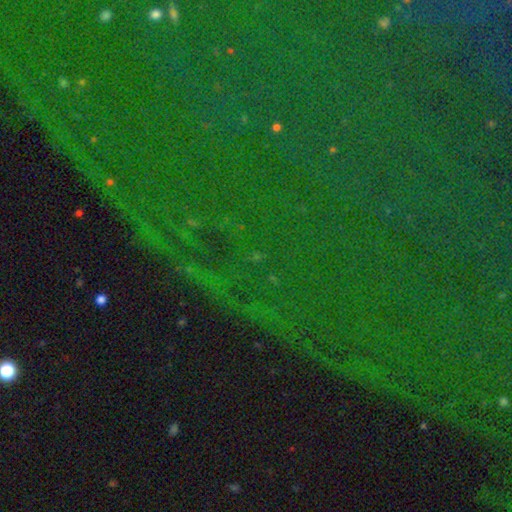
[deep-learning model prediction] This is clearly a star or artifact rather than a galaxy (83%).